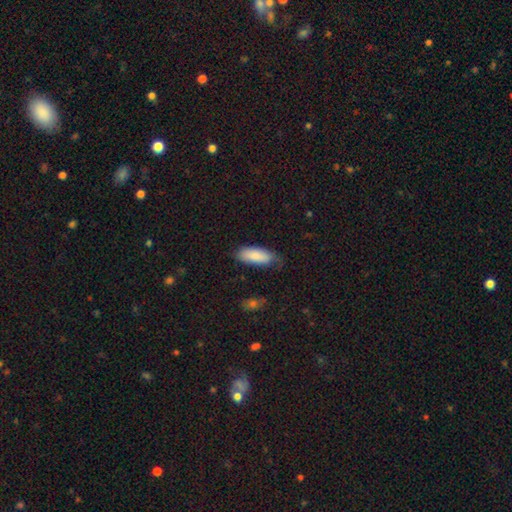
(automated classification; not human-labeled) Smooth or featured: smooth — 86% (featured or disk — 9%)
How rounded: in between — 76% (cigar-shaped — 22%)
Merging: none — 67% (minor disturbance — 26%)